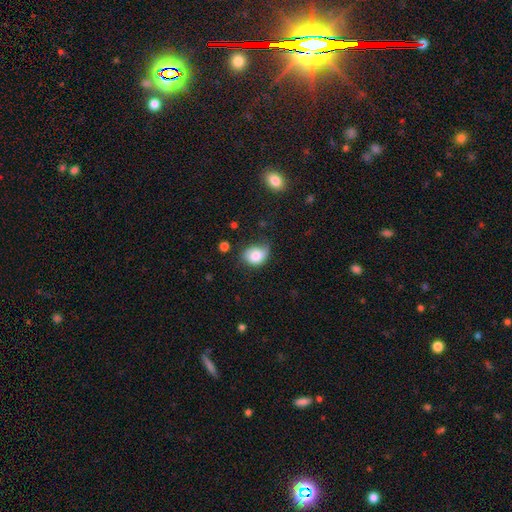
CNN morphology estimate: smooth-or-featured: smooth: 76% | featured or disk: 15% | star or artifact: 9%
  how-rounded: in between: 57% | round: 42% | cigar-shaped: 1%
  merging: minor disturbance: 43% | none: 38% | major disturbance: 16% | merger: 3%